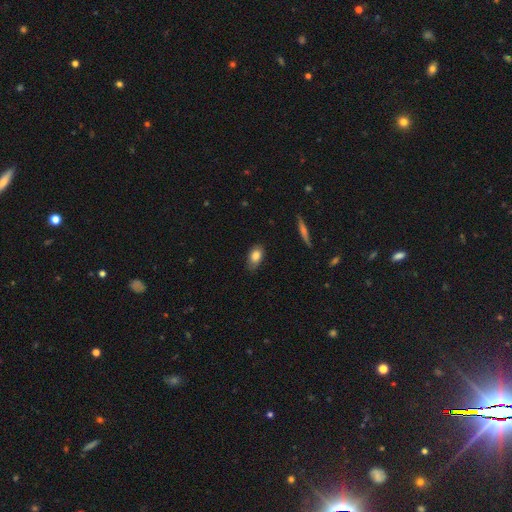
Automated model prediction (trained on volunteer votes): Smooth or featured? Predicted: smooth (p=0.83). How rounded? Predicted: in between (p=0.88). Merging? Predicted: none (p=0.80).